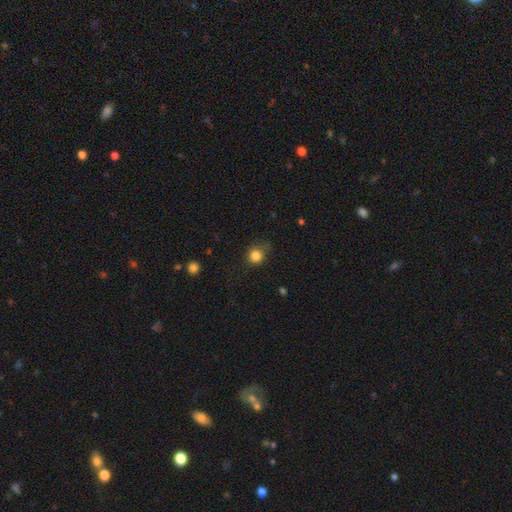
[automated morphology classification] A smooth galaxy with no disk features (83%) that is round (84%).

Vote fractions:
- Smooth or featured? smooth: 83% / star or artifact: 12% / featured or disk: 5%
- How rounded? round: 84% / in between: 15% / cigar-shaped: 1%
- Merging? none: 64% / minor disturbance: 25% / major disturbance: 9% / merger: 2%